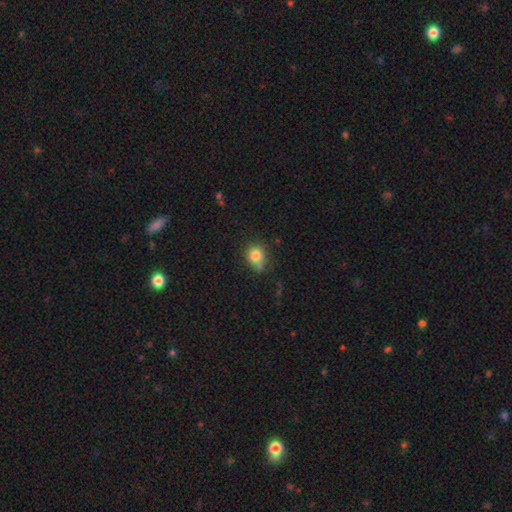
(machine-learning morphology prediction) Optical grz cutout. It shows a smooth galaxy with no disk features (82%) that is round (79%). Merging: none (61%).